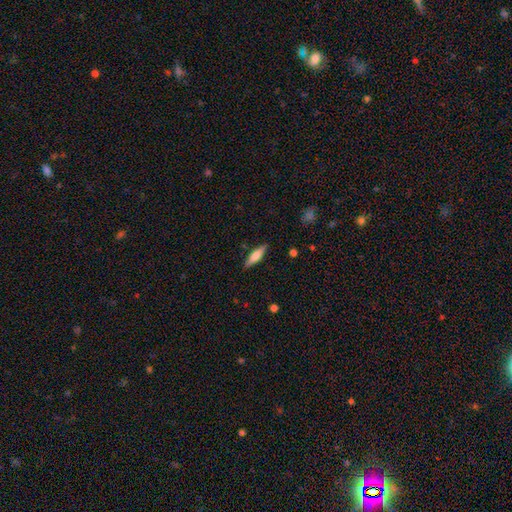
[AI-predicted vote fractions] Q: Smooth or featured?
A: smooth (59%); runner-up: featured or disk (35%)
Q: How rounded?
A: cigar-shaped (69%); runner-up: in between (29%)
Q: Merging?
A: none (87%); runner-up: minor disturbance (9%)